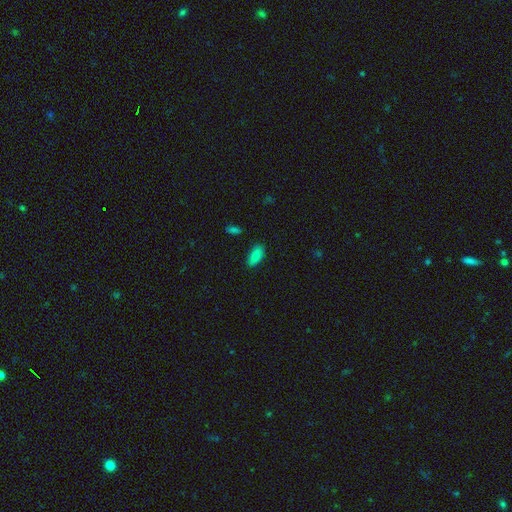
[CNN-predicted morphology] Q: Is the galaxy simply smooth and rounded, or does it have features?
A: smooth — 87%.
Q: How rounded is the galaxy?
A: in between — 89%.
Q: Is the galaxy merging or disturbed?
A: none — 82%.